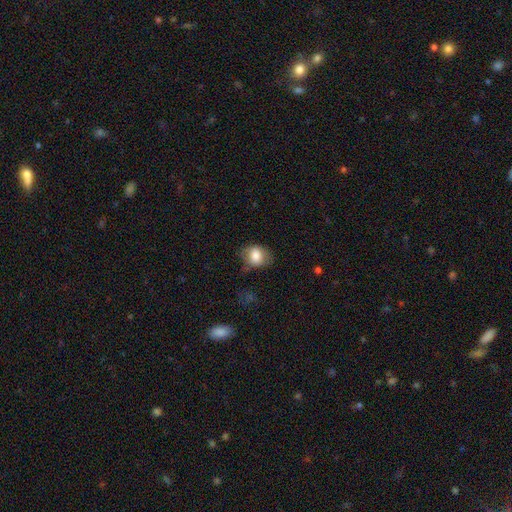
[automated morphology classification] A smooth galaxy with no disk features (78%) that is in between round and cigar-shaped (54%). Merging: none (56%).